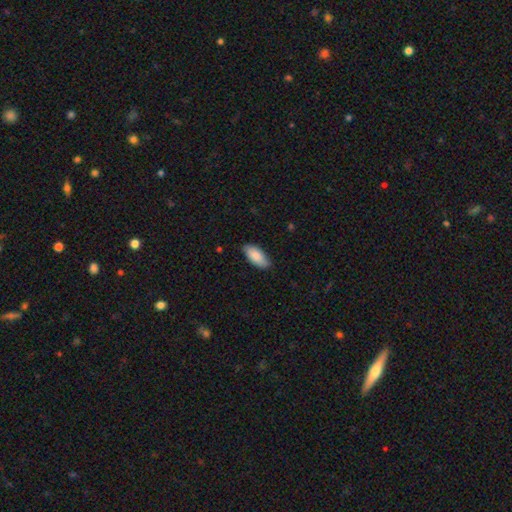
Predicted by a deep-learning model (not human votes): smooth_or_featured: smooth (p=0.87) [alt: featured or disk p=0.07]
how_rounded: in between (p=0.88) [alt: cigar-shaped p=0.10]
merging: none (p=0.82) [alt: minor disturbance p=0.15]